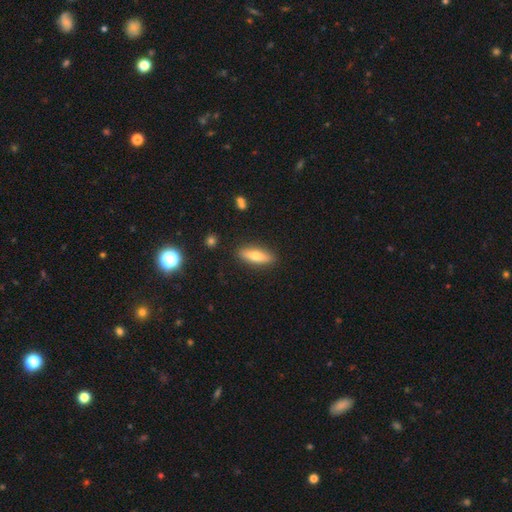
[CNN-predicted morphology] Q: Smooth or featured?
A: smooth (63%); runner-up: featured or disk (30%)
Q: How rounded?
A: cigar-shaped (49%); runner-up: in between (48%)
Q: Merging?
A: none (88%); runner-up: minor disturbance (8%)